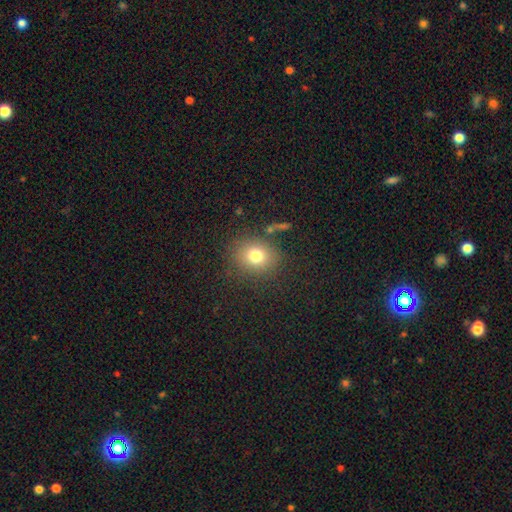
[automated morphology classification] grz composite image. It shows a smooth galaxy with no disk features (76%) that is round (70%). Merging: none (82%).